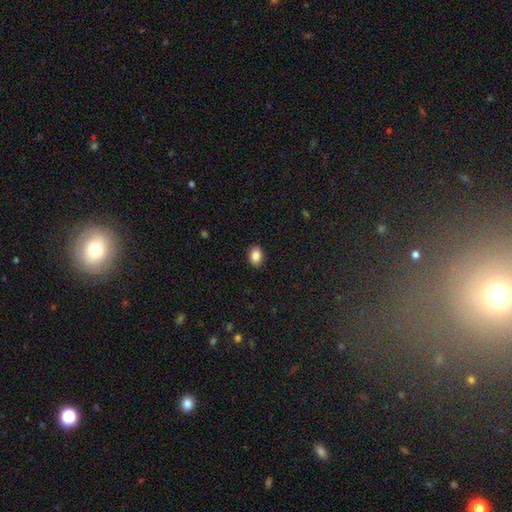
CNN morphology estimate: smooth_or_featured: smooth (p=0.87) [alt: star or artifact p=0.08]
how_rounded: in between (p=0.78) [alt: round p=0.21]
merging: none (p=0.90) [alt: minor disturbance p=0.07]